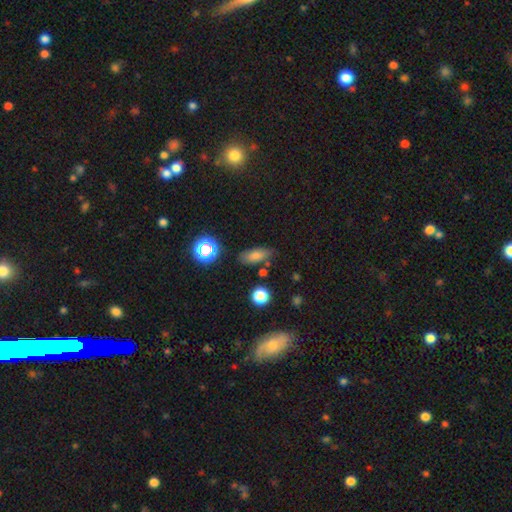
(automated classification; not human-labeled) Morphology: type=smooth (74%); roundness=in between (74%); merging=none (76%).